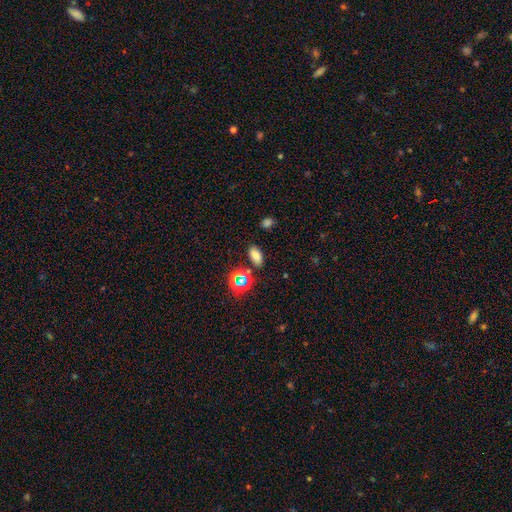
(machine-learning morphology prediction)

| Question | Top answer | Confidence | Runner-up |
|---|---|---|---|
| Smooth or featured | smooth | 73% | star or artifact (19%) |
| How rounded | in between | 89% | round (7%) |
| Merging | none | 83% | minor disturbance (10%) |